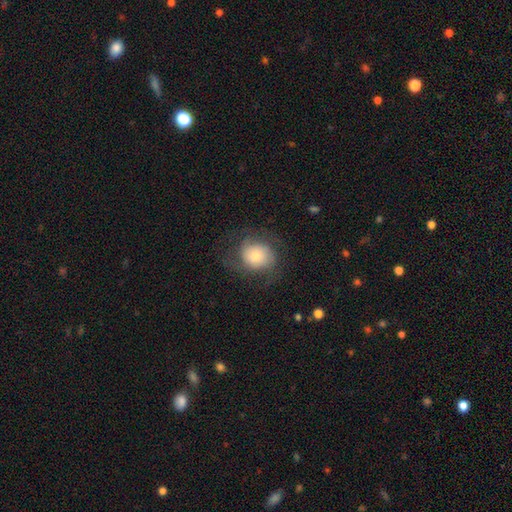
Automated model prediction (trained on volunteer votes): Smooth or featured: smooth — 50% (featured or disk — 41%)
How rounded: round — 72% (in between — 27%)
Merging: none — 63% (minor disturbance — 19%)